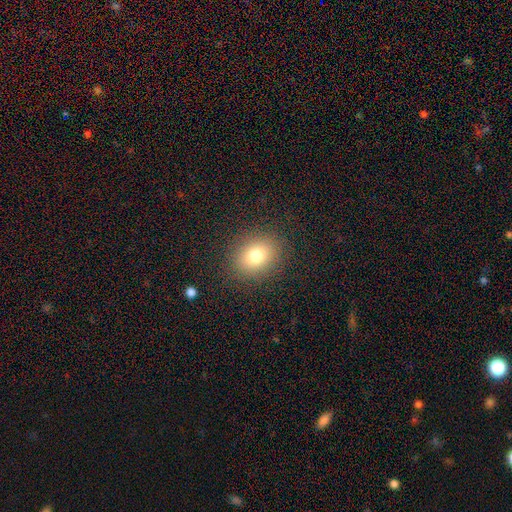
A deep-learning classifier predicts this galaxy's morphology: smooth 76%, star or artifact 13%, featured or disk 10%. Down the decision tree: how rounded — round (59%); merging — none (87%).